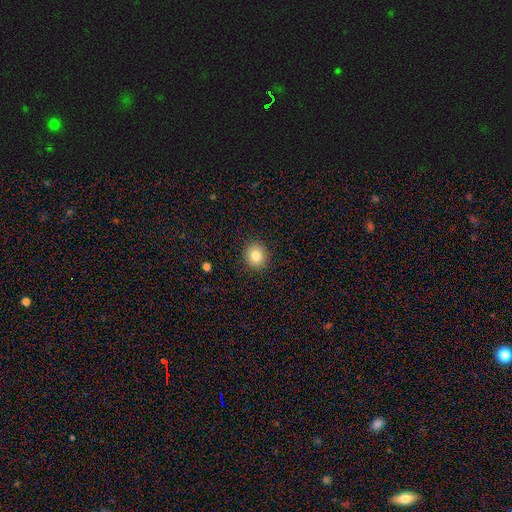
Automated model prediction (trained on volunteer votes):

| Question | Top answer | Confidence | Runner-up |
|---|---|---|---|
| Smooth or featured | smooth | 82% | star or artifact (10%) |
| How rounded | round | 85% | in between (14%) |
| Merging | none | 91% | minor disturbance (6%) |